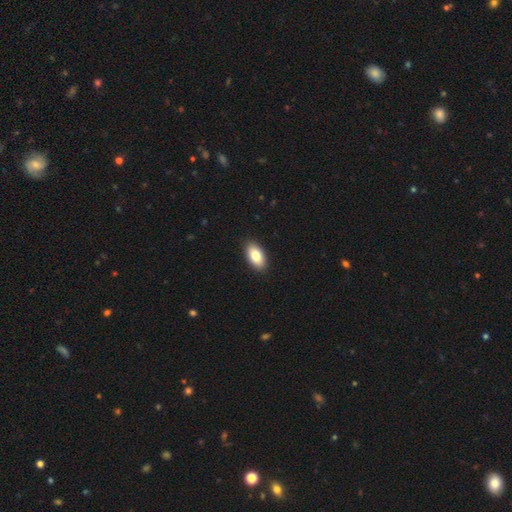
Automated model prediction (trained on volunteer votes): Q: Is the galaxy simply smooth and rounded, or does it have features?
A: smooth — 85%.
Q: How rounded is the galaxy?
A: in between — 94%.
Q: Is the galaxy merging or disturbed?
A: none — 90%.